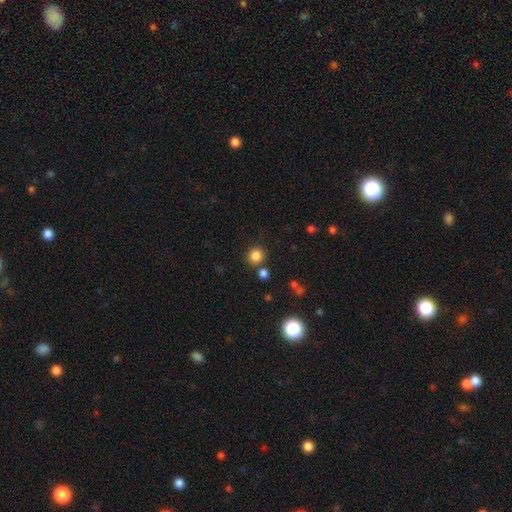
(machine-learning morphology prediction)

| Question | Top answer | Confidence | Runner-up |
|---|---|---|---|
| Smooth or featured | smooth | 84% | star or artifact (12%) |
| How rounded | round | 91% | in between (8%) |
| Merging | none | 80% | merger (9%) |